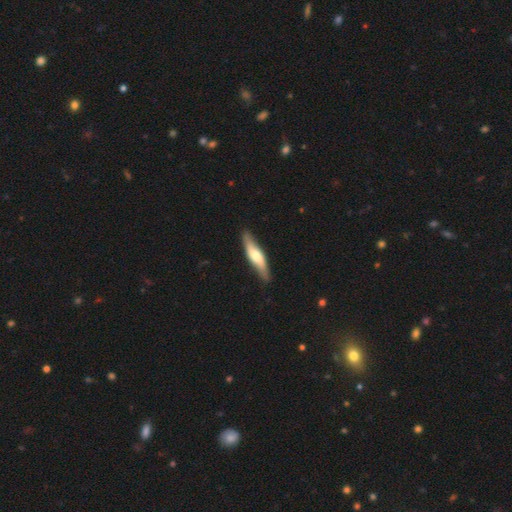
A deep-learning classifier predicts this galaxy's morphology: Overall: featured or disk (49%; smooth 47%). Merging: none (84%).